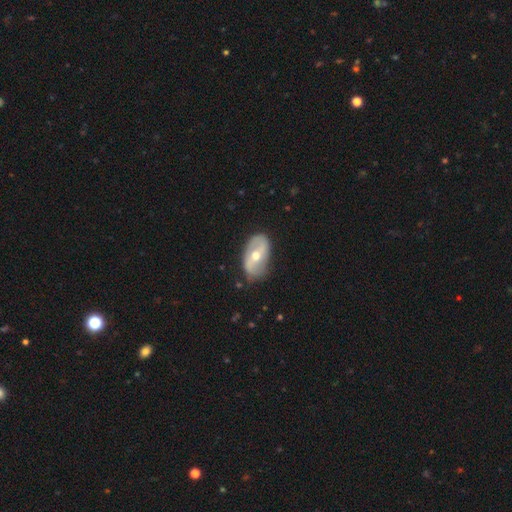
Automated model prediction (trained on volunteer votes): Smooth or featured?
  - featured or disk: 67% *
  - smooth: 28%
  - star or artifact: 5%
Edge-on disk?
  - no: 93% *
  - yes: 7%
Bar?
  - weak: 39% *
  - no: 31%
  - strong: 30%
Spiral arms?
  - yes: 67% *
  - no: 33%
Bulge size?
  - moderate: 74% *
  - small: 20%
  - large: 5%
  - none: 1%
  - dominant: 1%
Merging?
  - none: 77% *
  - minor disturbance: 17%
  - major disturbance: 4%
  - merger: 2%